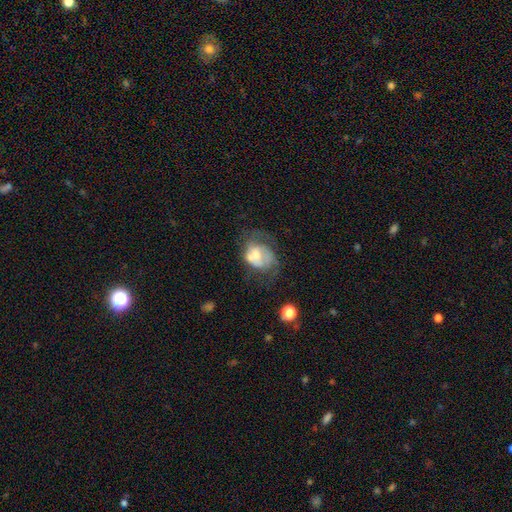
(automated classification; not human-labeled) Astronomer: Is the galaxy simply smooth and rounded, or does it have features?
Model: featured or disk — 50% (runner-up: smooth, 41%).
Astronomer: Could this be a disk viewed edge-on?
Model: no — 97%.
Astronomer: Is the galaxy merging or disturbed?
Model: major disturbance — 34% (runner-up: none, 30%).